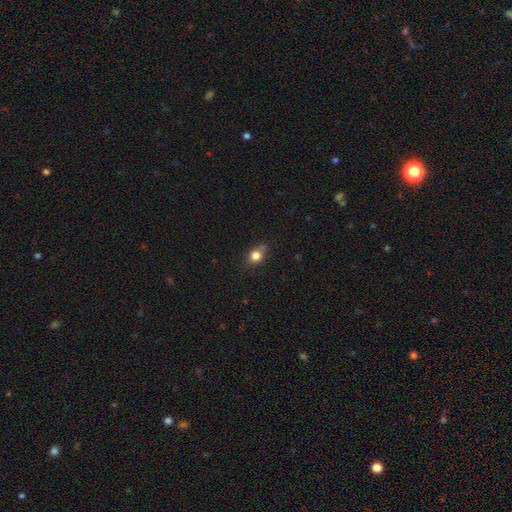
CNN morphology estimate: Q: Smooth or featured?
A: smooth (81%); runner-up: star or artifact (11%)
Q: How rounded?
A: round (63%); runner-up: in between (36%)
Q: Merging?
A: none (62%); runner-up: minor disturbance (26%)